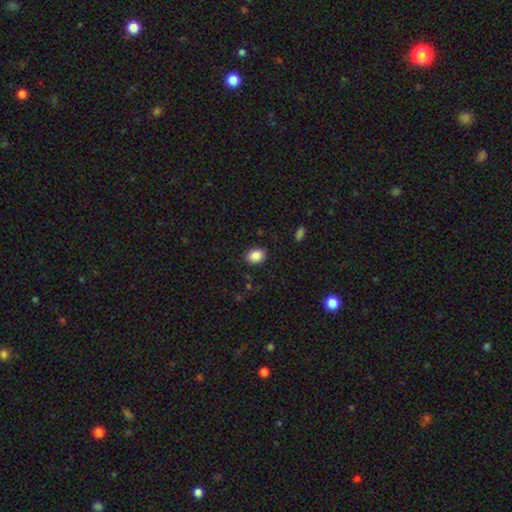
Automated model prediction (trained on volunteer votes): Smooth or featured? smooth (88%)
How rounded? in between (63%)
Merging? none (87%)